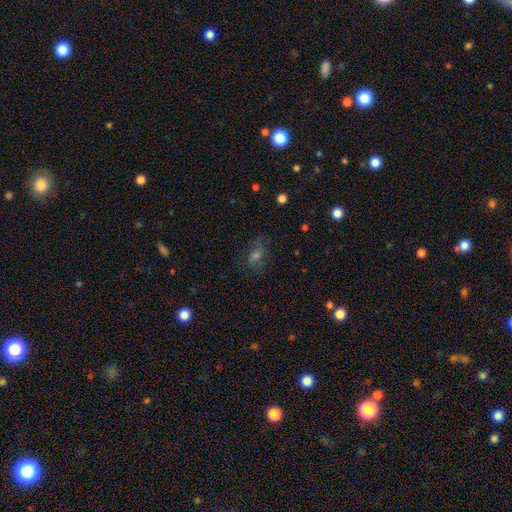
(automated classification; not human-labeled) Q: Smooth or featured?
A: smooth (42%); runner-up: featured or disk (29%)
Q: Merging?
A: none (71%); runner-up: minor disturbance (17%)